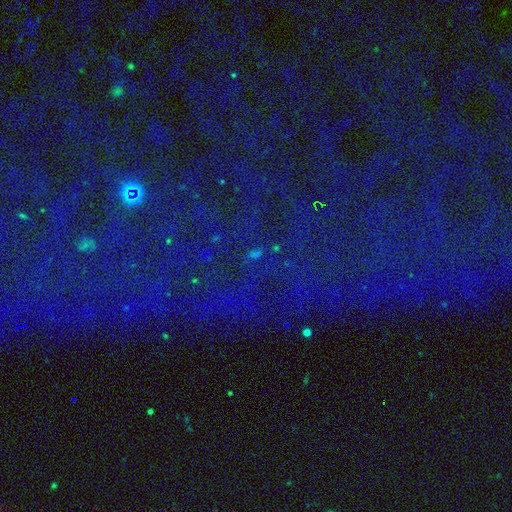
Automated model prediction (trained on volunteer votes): Smooth or featured? star or artifact (80%)